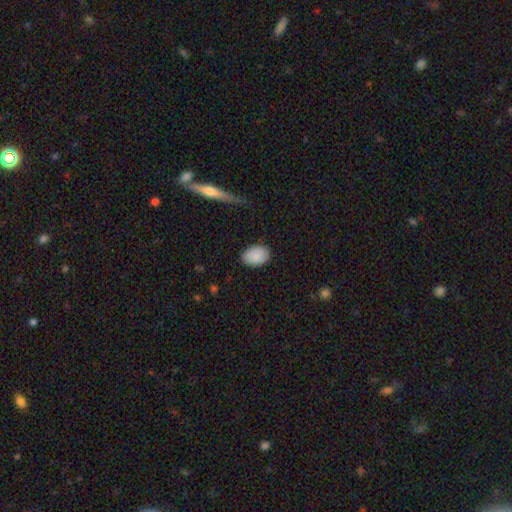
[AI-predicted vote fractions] Smooth or featured? smooth (88%)
How rounded? in between (89%)
Merging? none (84%)